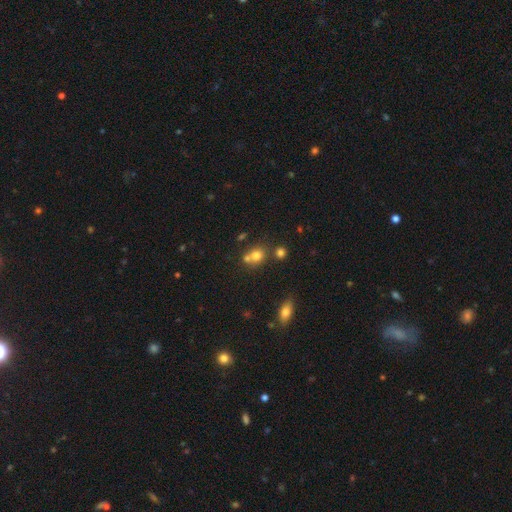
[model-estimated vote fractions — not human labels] smooth 74%, star or artifact 15%, featured or disk 11%. Down the decision tree: how rounded — round (70%); merging — none (49%).